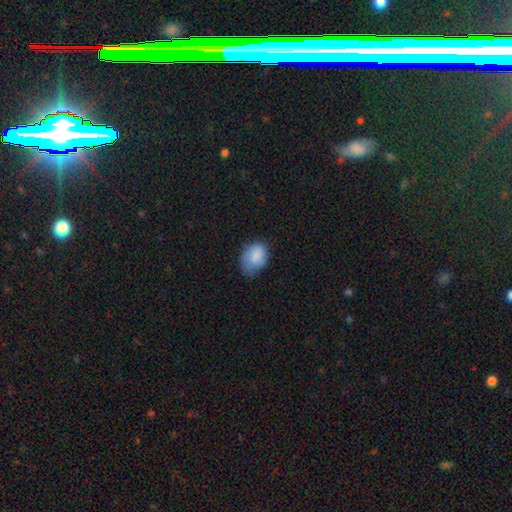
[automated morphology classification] The model was most divided on "merging": none: 54%, minor disturbance: 35%, major disturbance: 9%, merger: 1%. More confident: smooth or featured — smooth (83%); how rounded — in between (74%).